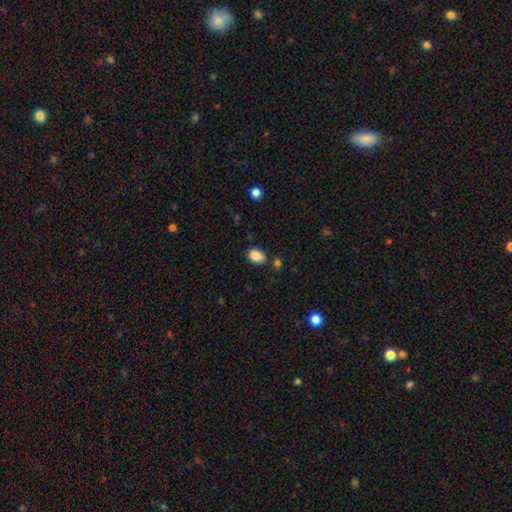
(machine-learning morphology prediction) smooth 88%, star or artifact 8%, featured or disk 4%. Down the decision tree: how rounded — in between (75%); merging — none (76%).